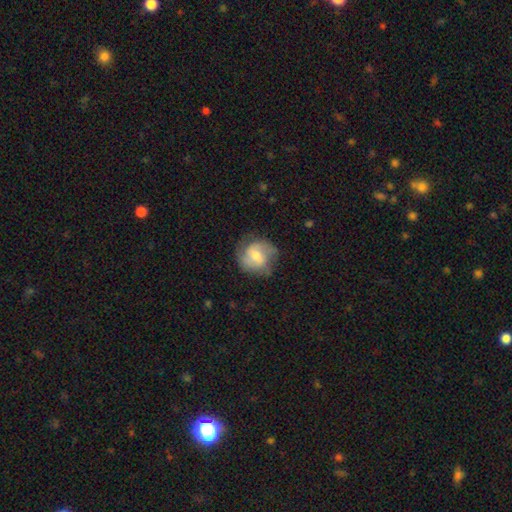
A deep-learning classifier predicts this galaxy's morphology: A featured or disk galaxy (56%) with a weak bar (48%), spiral arms (84%) and a moderate central bulge (55%). Merging: none (65%).